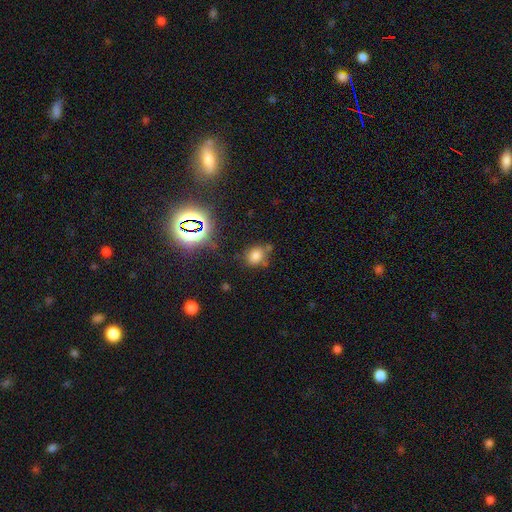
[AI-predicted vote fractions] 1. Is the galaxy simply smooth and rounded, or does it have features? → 69% smooth, 22% star or artifact, 9% featured or disk.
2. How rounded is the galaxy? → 54% round, 45% in between, 1% cigar-shaped.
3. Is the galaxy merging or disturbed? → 67% none, 17% minor disturbance, 10% merger, 6% major disturbance.